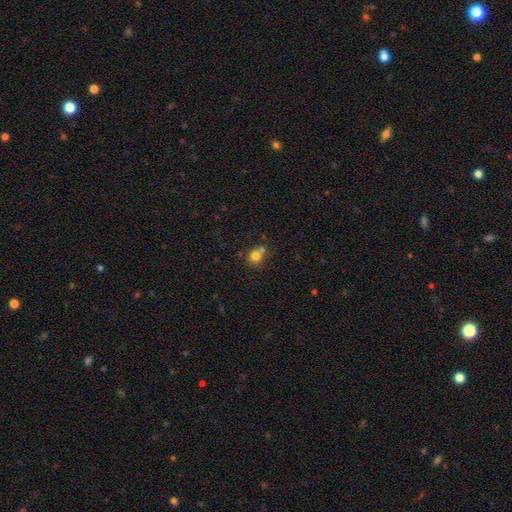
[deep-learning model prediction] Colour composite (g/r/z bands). It shows a smooth galaxy with no disk features (79%) that is round (85%). Merging: none (51%).